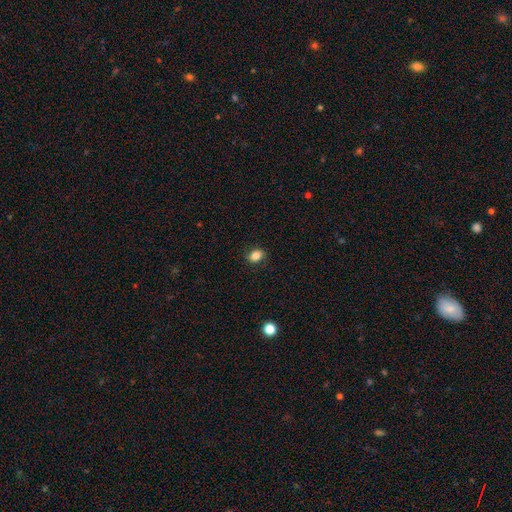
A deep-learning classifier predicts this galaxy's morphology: Smooth or featured?
  - smooth: 84% *
  - star or artifact: 10%
  - featured or disk: 5%
How rounded?
  - in between: 62% *
  - round: 37%
  - cigar-shaped: 1%
Merging?
  - none: 87% *
  - minor disturbance: 9%
  - major disturbance: 2%
  - merger: 1%